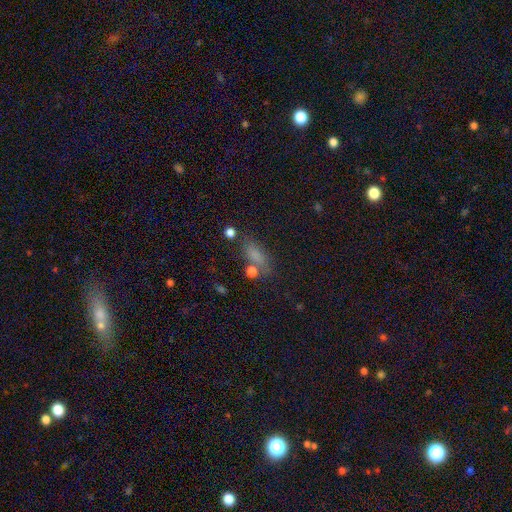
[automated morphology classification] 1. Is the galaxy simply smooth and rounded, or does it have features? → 73% smooth, 18% star or artifact, 9% featured or disk.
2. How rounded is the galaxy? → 72% in between, 21% cigar-shaped, 7% round.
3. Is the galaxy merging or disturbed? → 68% none, 17% minor disturbance, 8% merger, 7% major disturbance.